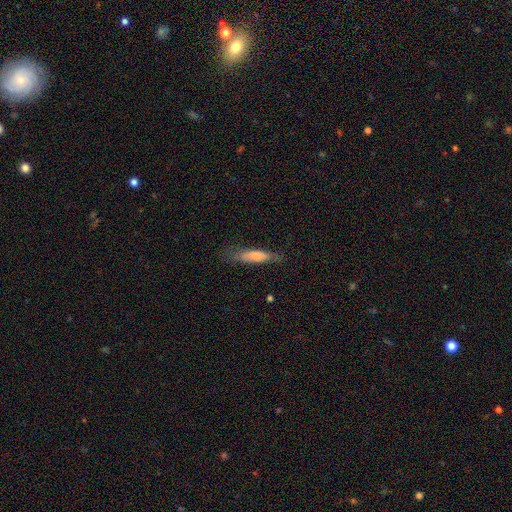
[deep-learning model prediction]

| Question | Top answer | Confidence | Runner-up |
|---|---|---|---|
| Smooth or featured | smooth | 71% | featured or disk (23%) |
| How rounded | cigar-shaped | 71% | in between (28%) |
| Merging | none | 72% | minor disturbance (20%) |